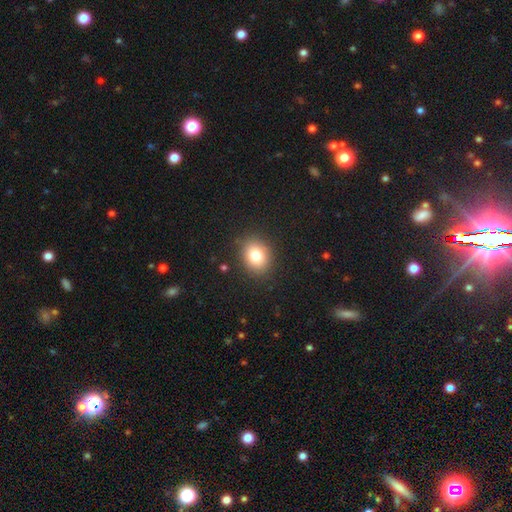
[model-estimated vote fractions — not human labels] smooth_or_featured: smooth (p=0.80) [alt: star or artifact p=0.11]
how_rounded: round (p=0.56) [alt: in between p=0.43]
merging: none (p=0.87) [alt: minor disturbance p=0.09]